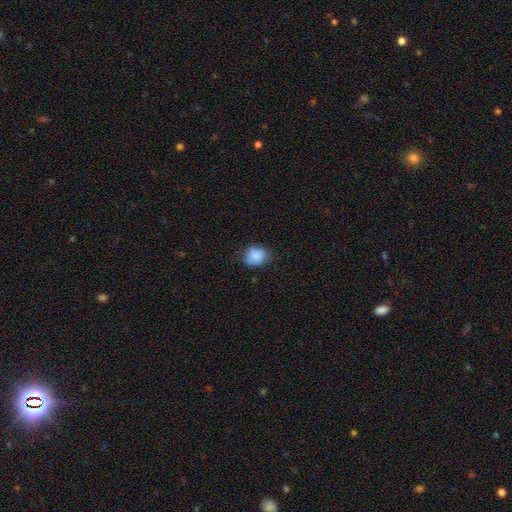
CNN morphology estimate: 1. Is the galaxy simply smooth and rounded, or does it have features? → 87% smooth, 8% star or artifact, 5% featured or disk.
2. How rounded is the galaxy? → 63% round, 36% in between, 1% cigar-shaped.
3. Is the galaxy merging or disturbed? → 73% none, 21% minor disturbance, 4% major disturbance, 1% merger.